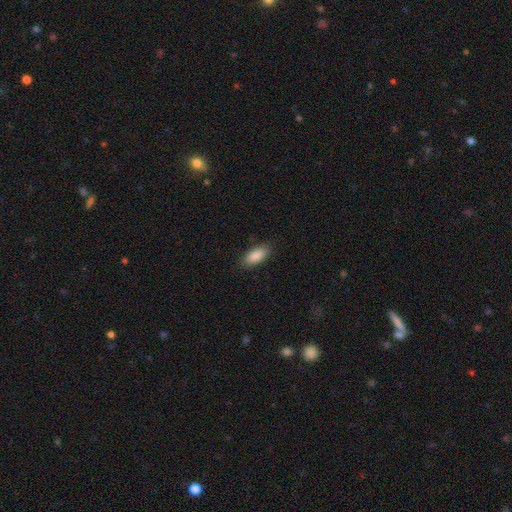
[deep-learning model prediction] Q: Smooth or featured?
A: smooth (89%); runner-up: star or artifact (6%)
Q: How rounded?
A: in between (86%); runner-up: cigar-shaped (12%)
Q: Merging?
A: none (85%); runner-up: minor disturbance (11%)